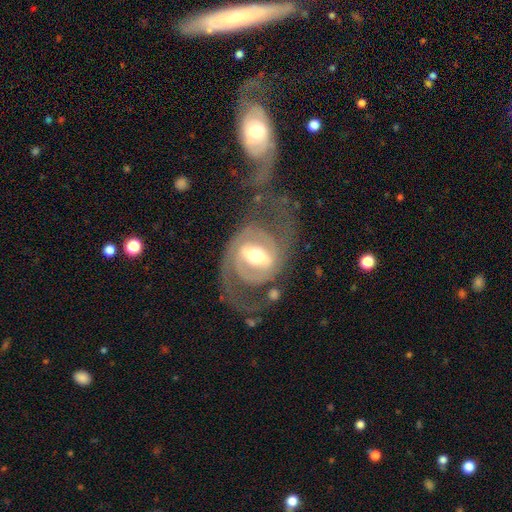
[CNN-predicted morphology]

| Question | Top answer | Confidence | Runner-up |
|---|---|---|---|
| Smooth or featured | featured or disk | 84% | smooth (11%) |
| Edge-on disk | no | 96% | yes (4%) |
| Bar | strong | 57% | weak (31%) |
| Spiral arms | yes | 83% | no (17%) |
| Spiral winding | medium | 43% | tight (38%) |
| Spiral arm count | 2 | 82% | can't tell (8%) |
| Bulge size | moderate | 66% | large (19%) |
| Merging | none | 59% | major disturbance (21%) |